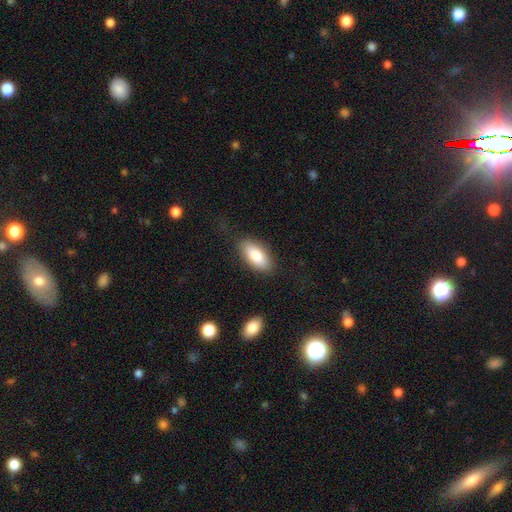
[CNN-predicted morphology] Smooth or featured?
  - smooth: 83% *
  - featured or disk: 11%
  - star or artifact: 6%
How rounded?
  - in between: 90% *
  - cigar-shaped: 7%
  - round: 2%
Merging?
  - none: 81% *
  - minor disturbance: 13%
  - major disturbance: 4%
  - merger: 2%